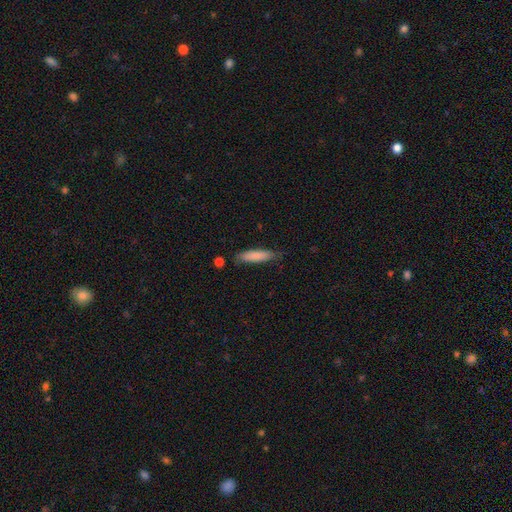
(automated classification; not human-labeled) smooth-or-featured: smooth: 84% | featured or disk: 10% | star or artifact: 6%
  how-rounded: cigar-shaped: 70% | in between: 28% | round: 1%
  merging: none: 73% | minor disturbance: 20% | major disturbance: 4% | merger: 3%